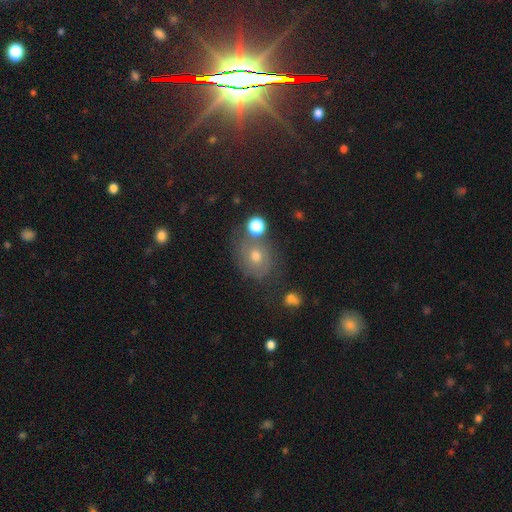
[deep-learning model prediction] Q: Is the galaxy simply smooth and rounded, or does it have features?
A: smooth — 46%.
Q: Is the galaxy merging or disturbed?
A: none — 66%.